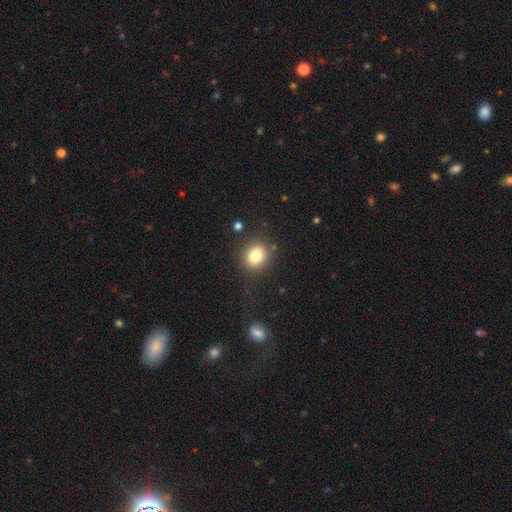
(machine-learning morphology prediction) Overall: smooth (81%). How rounded: round (76%). Merging: none (85%).